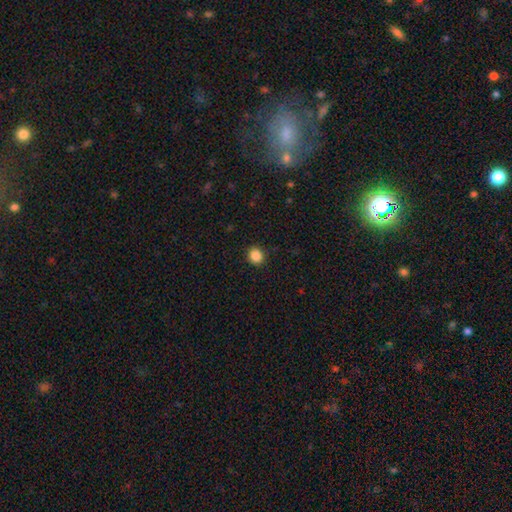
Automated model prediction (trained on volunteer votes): A smooth galaxy with no disk features (87%) that is round (90%).

Vote fractions:
- Smooth or featured? smooth: 87% / star or artifact: 10% / featured or disk: 3%
- How rounded? round: 90% / in between: 9% / cigar-shaped: 1%
- Merging? none: 91% / minor disturbance: 6% / major disturbance: 2% / merger: 1%